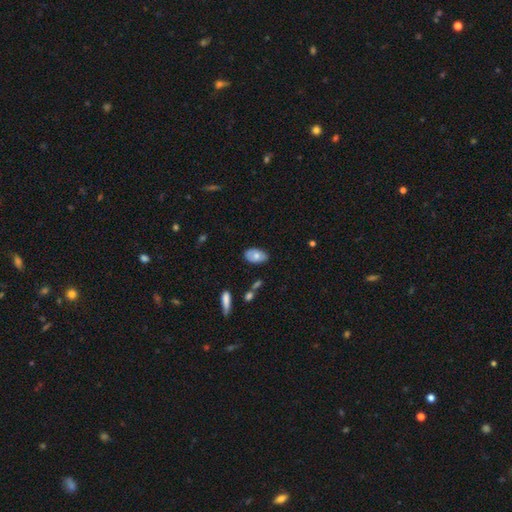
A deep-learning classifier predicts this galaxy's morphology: This is likely a smooth galaxy (69%). How rounded: clearly in between (93%). Merging: likely none (77%).